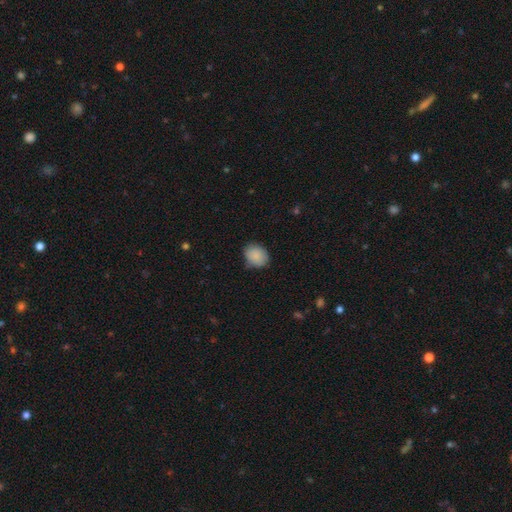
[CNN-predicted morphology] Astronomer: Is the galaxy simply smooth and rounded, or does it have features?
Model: smooth — 87%.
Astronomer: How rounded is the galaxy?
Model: round — 52% (runner-up: in between, 48%).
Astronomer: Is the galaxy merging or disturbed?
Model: none — 75%.